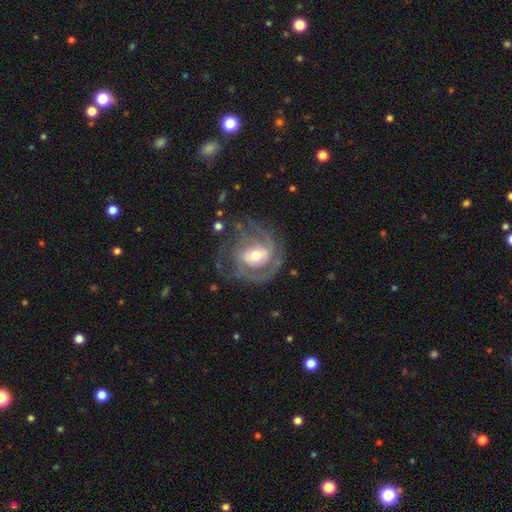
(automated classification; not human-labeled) This appears to be a featured or disk galaxy (84%) with no bar (46%), 2 (44%) tight (52%) spiral arms (91%) and a moderate central bulge (69%). Merging: none (66%).